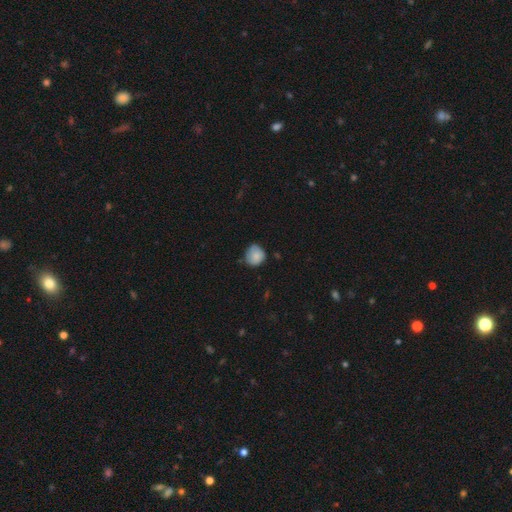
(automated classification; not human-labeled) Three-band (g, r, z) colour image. It shows a smooth galaxy with no disk features (79%) that is round (80%). Merging: none (58%).